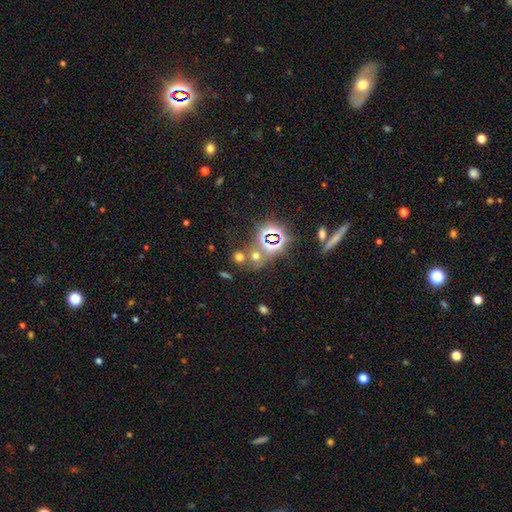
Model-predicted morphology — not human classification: The model was most divided on "smooth or featured": star or artifact: 46%, smooth: 43%, featured or disk: 10%.